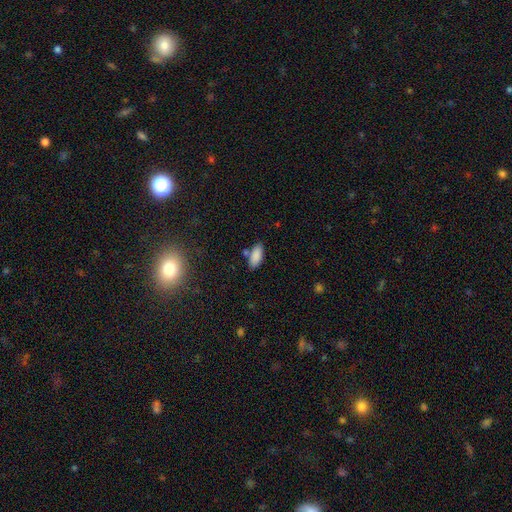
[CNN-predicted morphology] Q: Smooth or featured?
A: smooth (87%); runner-up: star or artifact (8%)
Q: How rounded?
A: in between (86%); runner-up: cigar-shaped (12%)
Q: Merging?
A: none (73%); runner-up: minor disturbance (14%)